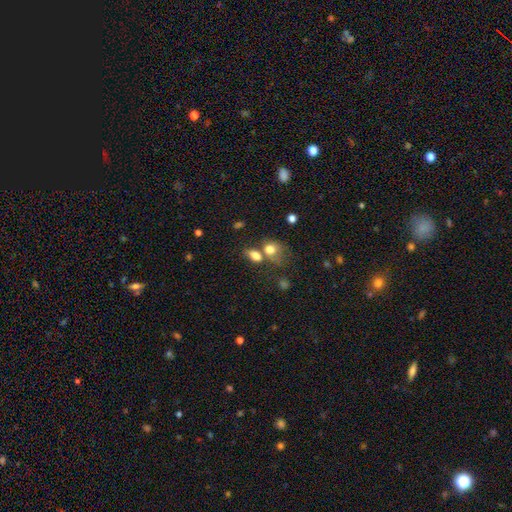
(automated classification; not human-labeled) This is likely a smooth galaxy (77%). How rounded: likely in between (74%). Merging: marginally merger (42%).